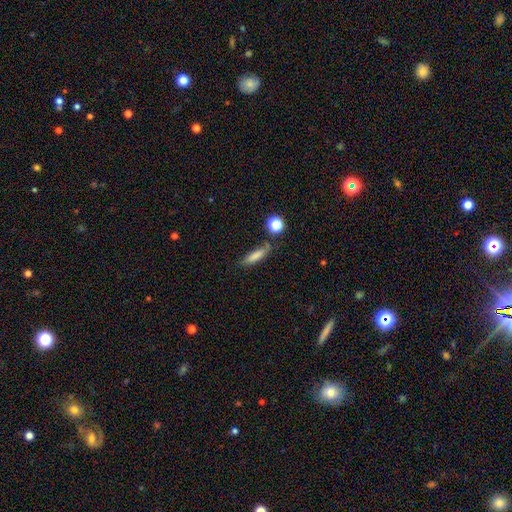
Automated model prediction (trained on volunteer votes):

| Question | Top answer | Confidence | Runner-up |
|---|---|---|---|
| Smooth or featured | smooth | 77% | featured or disk (13%) |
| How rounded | cigar-shaped | 65% | in between (30%) |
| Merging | none | 69% | minor disturbance (19%) |